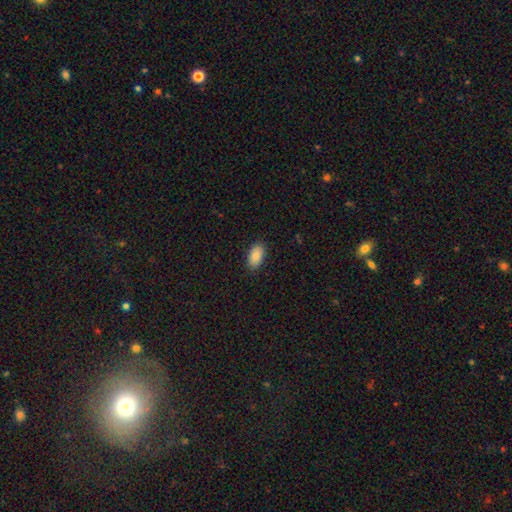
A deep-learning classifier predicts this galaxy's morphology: This is clearly a smooth galaxy (88%). How rounded: clearly in between (94%). Merging: clearly none (89%).